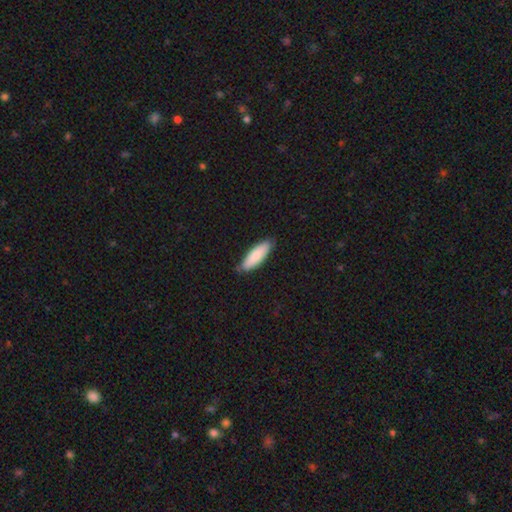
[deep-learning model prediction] A smooth galaxy with no disk features (83%) that is in between round and cigar-shaped (56%).

Vote fractions:
- Smooth or featured? smooth: 83% / featured or disk: 12% / star or artifact: 5%
- How rounded? in between: 56% / cigar-shaped: 42% / round: 2%
- Merging? none: 79% / minor disturbance: 17% / major disturbance: 2% / merger: 1%